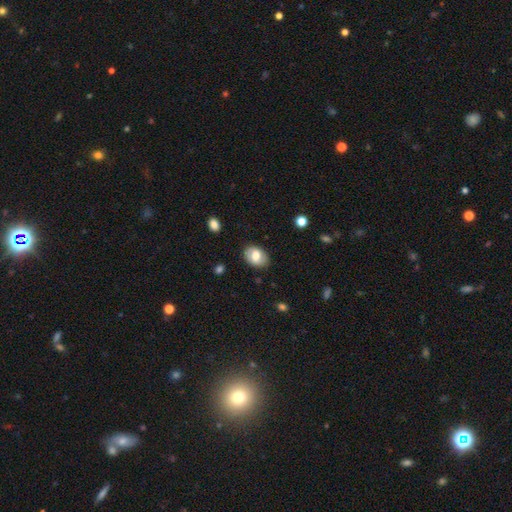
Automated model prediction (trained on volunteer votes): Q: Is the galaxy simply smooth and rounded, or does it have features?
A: smooth — 67%.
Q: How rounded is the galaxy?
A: in between — 78%.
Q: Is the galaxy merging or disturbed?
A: none — 83%.